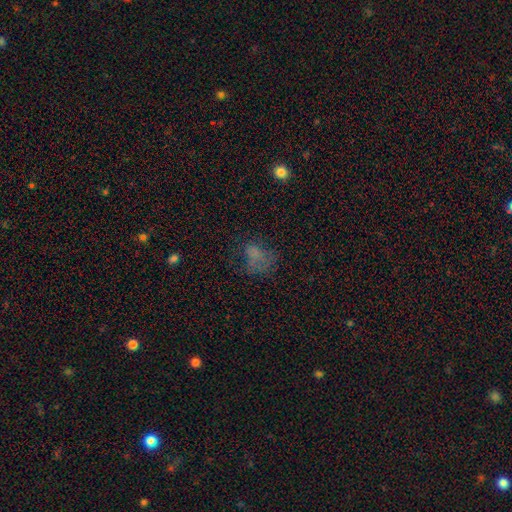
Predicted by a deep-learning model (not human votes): Smooth or featured? smooth (54%)
How rounded? in between (63%)
Merging? none (39%)